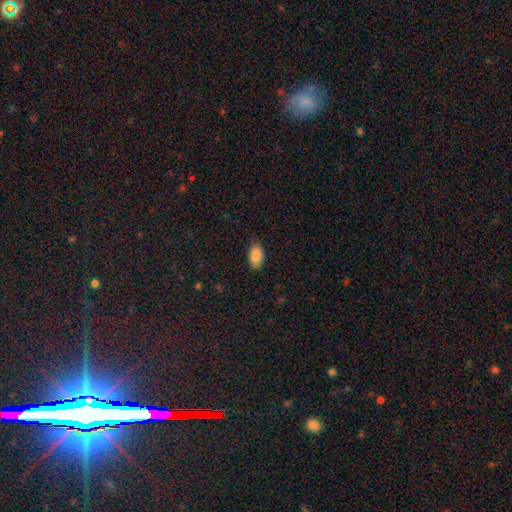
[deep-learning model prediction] Smooth or featured: smooth — 89% (star or artifact — 7%)
How rounded: in between — 94% (round — 4%)
Merging: none — 79% (minor disturbance — 17%)